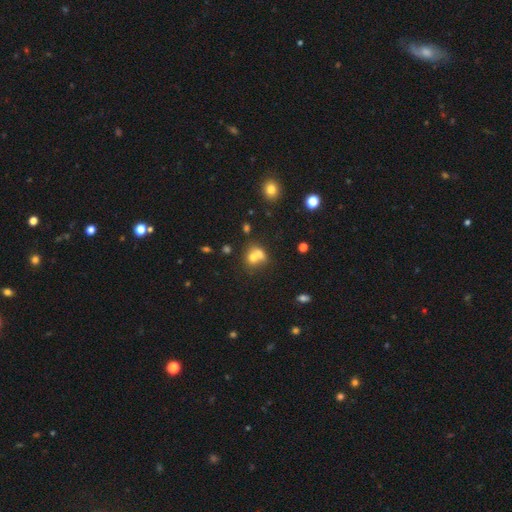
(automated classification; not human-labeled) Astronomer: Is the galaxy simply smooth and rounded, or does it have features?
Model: smooth — 65%.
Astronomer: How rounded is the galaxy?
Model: round — 65%.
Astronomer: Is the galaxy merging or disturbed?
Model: merger — 65%.